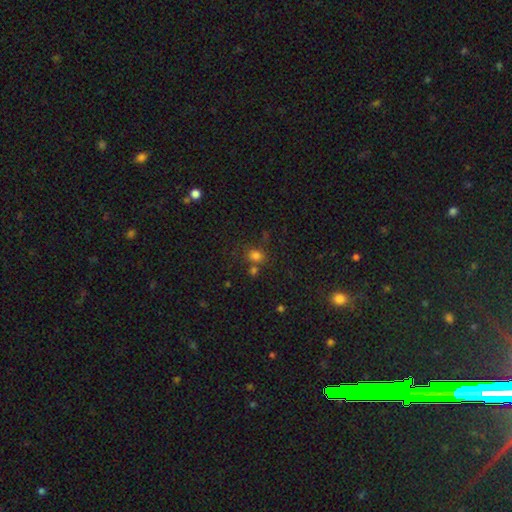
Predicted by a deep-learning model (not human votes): Morphology: type=smooth (76%); roundness=round (65%); merging=none (65%).